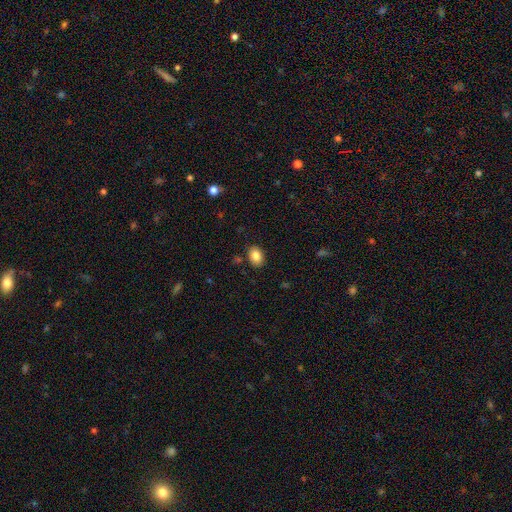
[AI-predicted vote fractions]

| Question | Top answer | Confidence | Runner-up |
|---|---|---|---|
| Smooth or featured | smooth | 86% | star or artifact (8%) |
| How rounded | in between | 77% | round (22%) |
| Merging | none | 86% | minor disturbance (10%) |